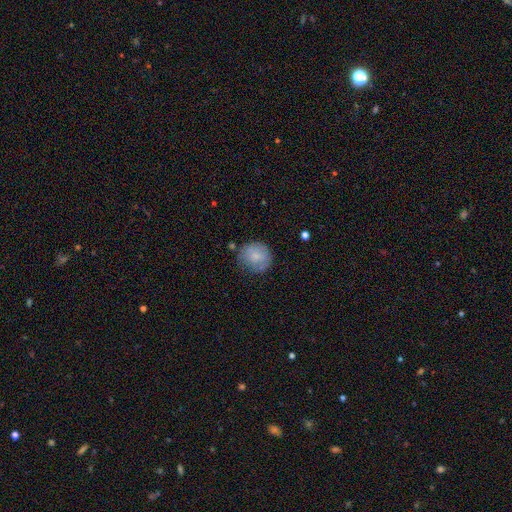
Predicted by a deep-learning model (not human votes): Overall: smooth (73%). How rounded: round (86%). Merging: none (67%).